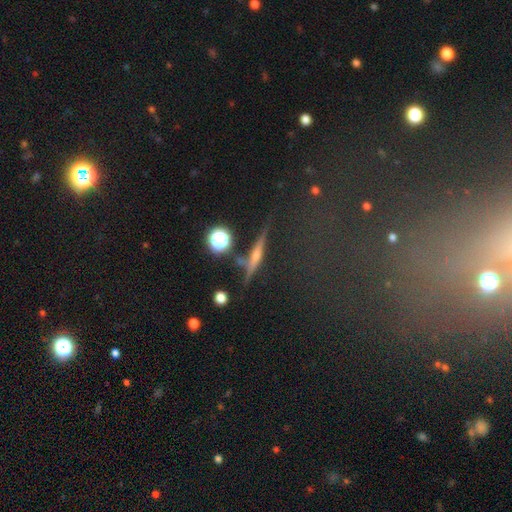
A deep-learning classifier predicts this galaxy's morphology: Smooth or featured? featured or disk (56%)
Edge-on disk? yes (90%)
Edge-on bulge? rounded (72%)
Merging? none (76%)